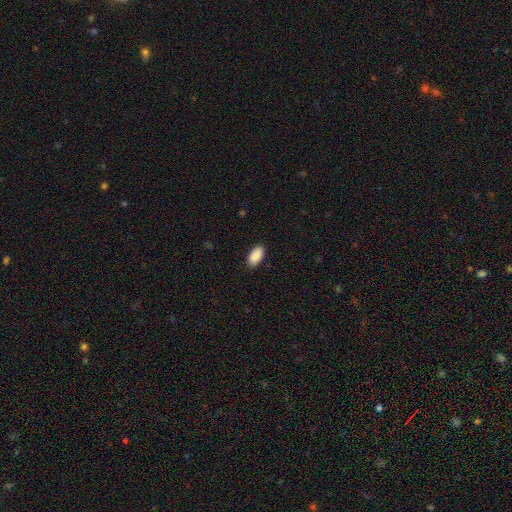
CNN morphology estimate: Q: Smooth or featured?
A: smooth (91%); runner-up: star or artifact (6%)
Q: How rounded?
A: in between (94%); runner-up: cigar-shaped (3%)
Q: Merging?
A: none (86%); runner-up: minor disturbance (11%)